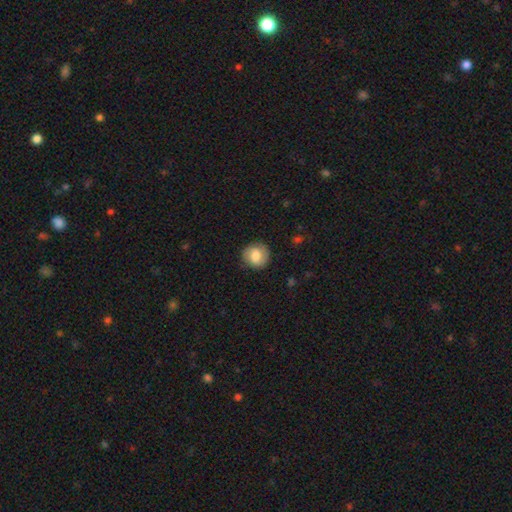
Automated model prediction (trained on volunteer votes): This appears to be a smooth galaxy with no disk features (69%) that is round (87%). Merging: none (82%).